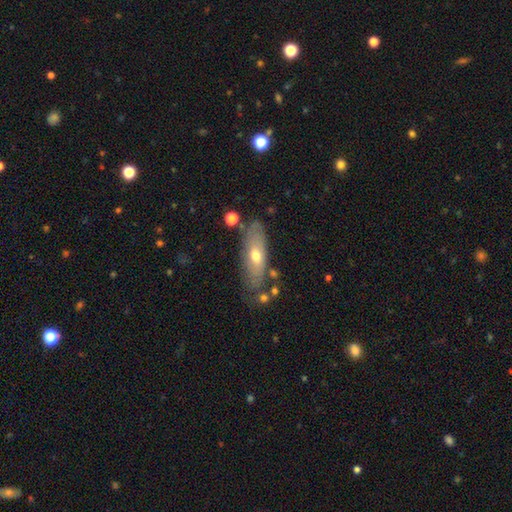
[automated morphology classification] Smooth or featured? featured or disk (48%)
Merging? none (75%)